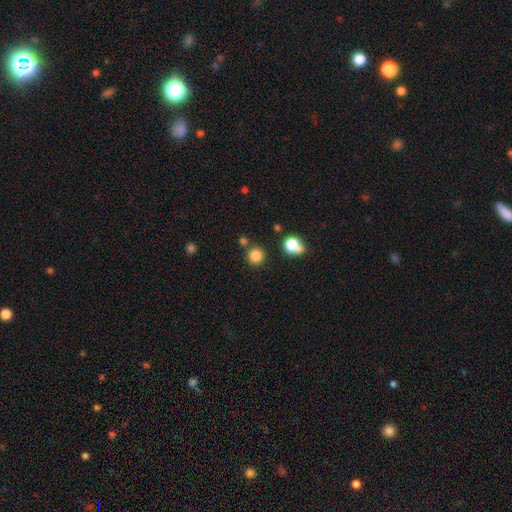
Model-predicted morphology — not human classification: This is clearly a smooth galaxy (82%). How rounded: clearly round (92%). Merging: likely none (80%).